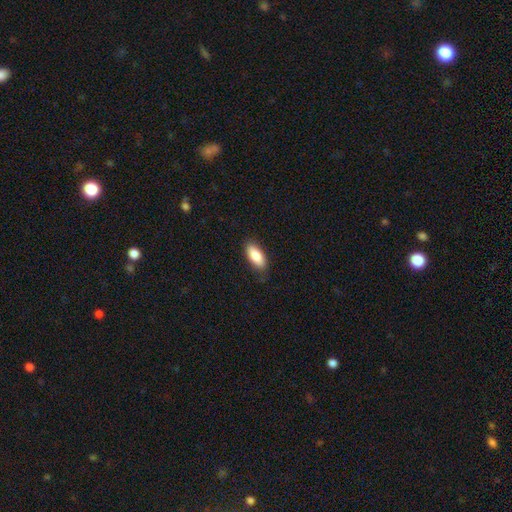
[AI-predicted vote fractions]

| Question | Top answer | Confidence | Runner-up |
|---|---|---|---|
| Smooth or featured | smooth | 84% | featured or disk (10%) |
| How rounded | in between | 85% | cigar-shaped (12%) |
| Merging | none | 83% | minor disturbance (13%) |